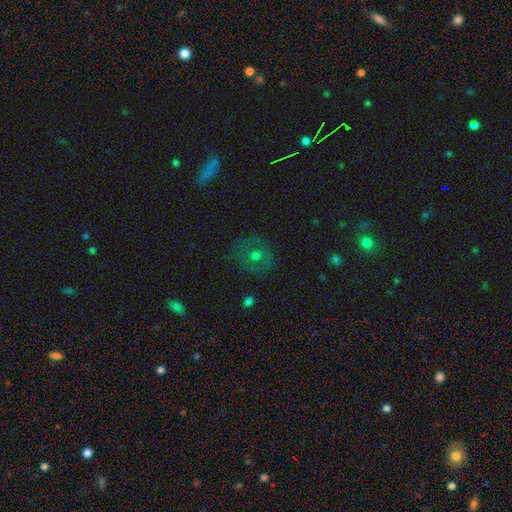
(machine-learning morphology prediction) A smooth galaxy with no disk features (46%). Merging: none (81%).